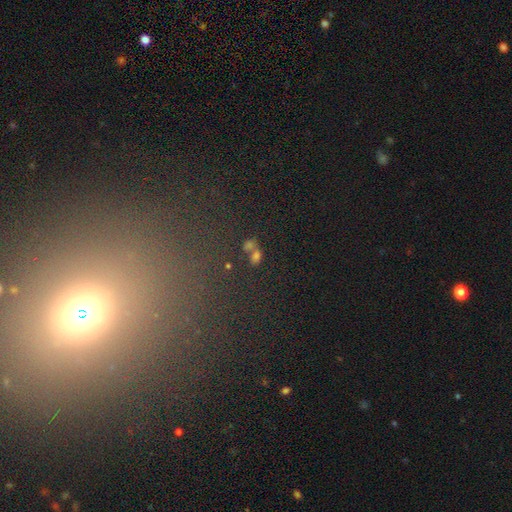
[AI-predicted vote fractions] smooth 55%, star or artifact 31%, featured or disk 14%. Down the decision tree: how rounded — in between (64%); merging — none (45%).